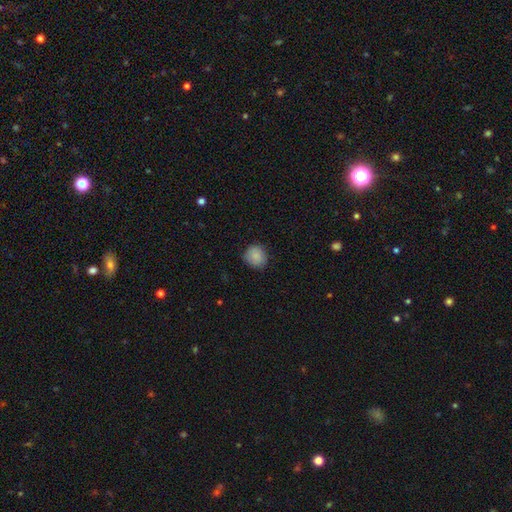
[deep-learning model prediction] Smooth or featured?
  - smooth: 87% *
  - star or artifact: 8%
  - featured or disk: 6%
How rounded?
  - round: 85% *
  - in between: 14%
  - cigar-shaped: 1%
Merging?
  - none: 82% *
  - minor disturbance: 14%
  - major disturbance: 3%
  - merger: 1%